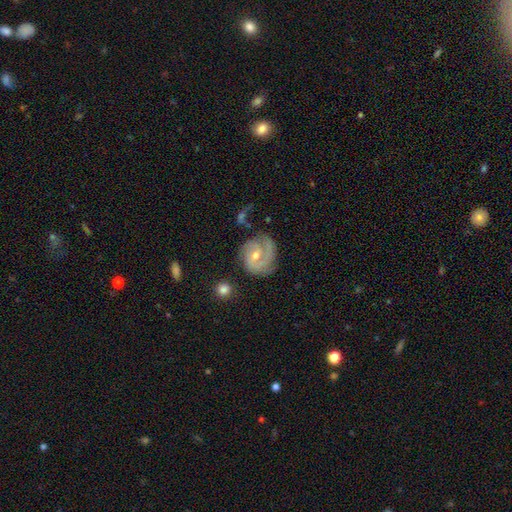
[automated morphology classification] Smooth or featured?
  - featured or disk: 86% *
  - smooth: 8%
  - star or artifact: 5%
Edge-on disk?
  - no: 98% *
  - yes: 2%
Bar?
  - no: 55% *
  - weak: 36%
  - strong: 9%
Spiral arms?
  - yes: 96% *
  - no: 4%
Spiral winding?
  - tight: 57% *
  - medium: 34%
  - loose: 9%
Spiral arm count?
  - 2: 48% *
  - 3: 18%
  - 1: 16%
  - can't tell: 12%
  - 4: 3%
  - more than 4: 3%
Bulge size?
  - moderate: 50% *
  - small: 46%
  - large: 1%
  - none: 1%
  - dominant: 1%
Merging?
  - none: 66% *
  - minor disturbance: 21%
  - major disturbance: 10%
  - merger: 3%